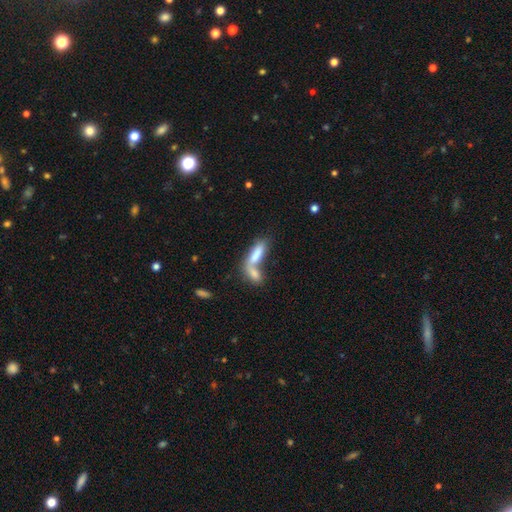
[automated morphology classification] smooth_or_featured: smooth (p=0.76) [alt: featured or disk p=0.17]
how_rounded: in between (p=0.57) [alt: cigar-shaped p=0.41]
merging: merger (p=0.67) [alt: none p=0.21]